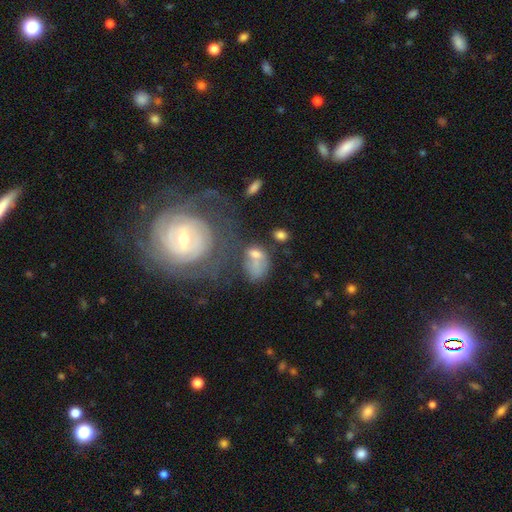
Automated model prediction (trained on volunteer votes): The model was most divided on "merging": none: 36%, merger: 26%, major disturbance: 20%, minor disturbance: 18%. More confident: edge-on disk — no (96%); smooth or featured — featured or disk (52%).